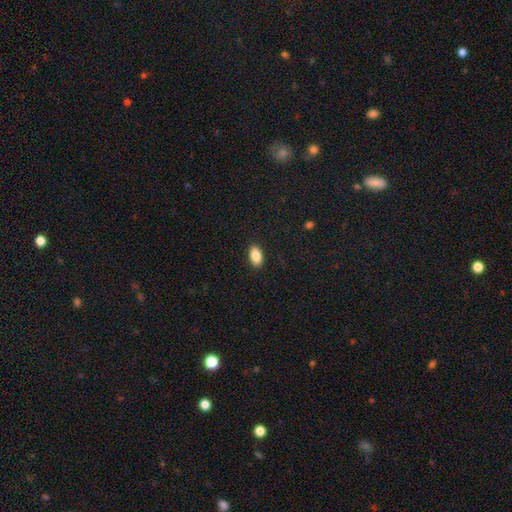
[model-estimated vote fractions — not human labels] Overall: smooth (87%). How rounded: in between (92%). Merging: none (90%).